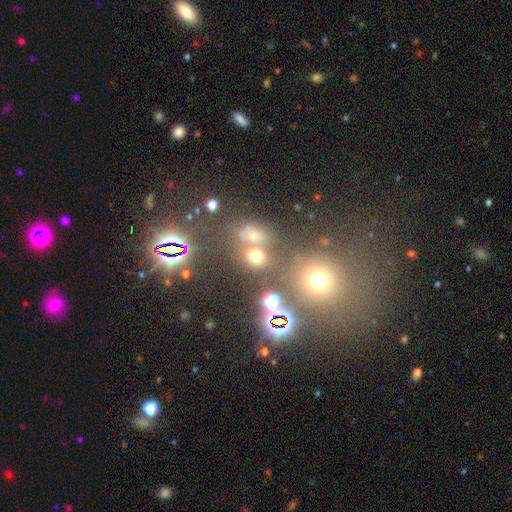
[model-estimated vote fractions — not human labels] A smooth galaxy with no disk features (59%) that is round (65%). Merging: none (54%).